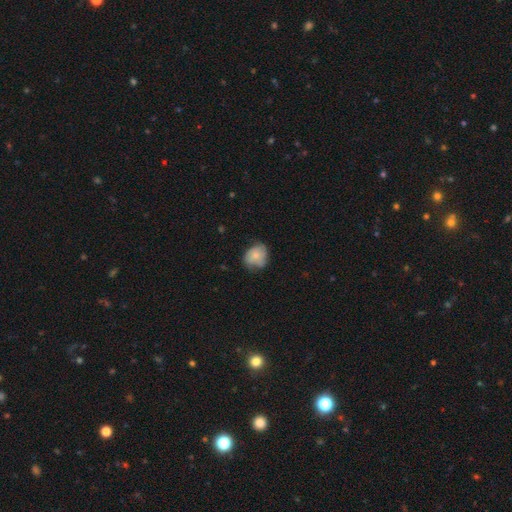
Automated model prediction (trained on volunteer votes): A smooth galaxy with no disk features (69%) that is round (62%). Merging: none (56%).